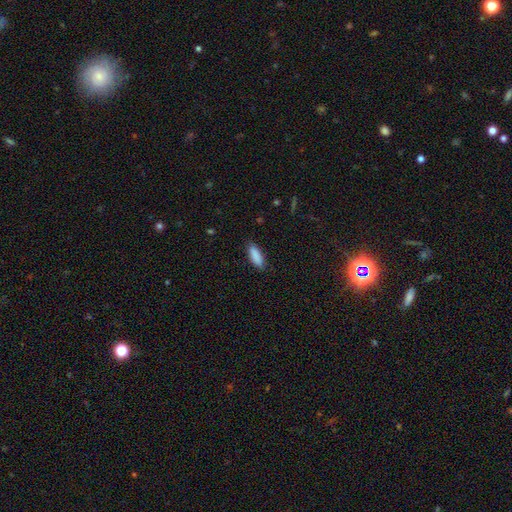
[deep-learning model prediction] A smooth galaxy with no disk features (89%) that is in between round and cigar-shaped (65%). Merging: none (85%).